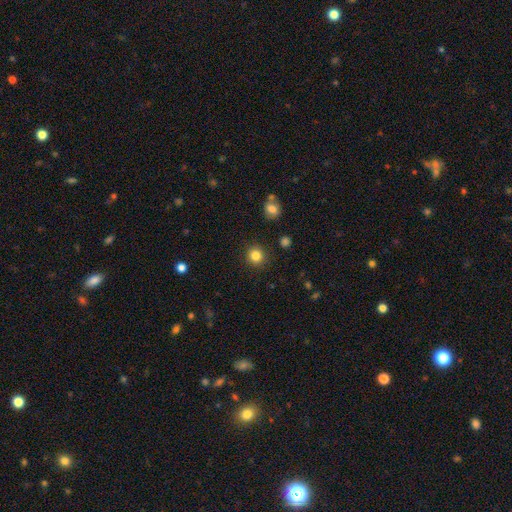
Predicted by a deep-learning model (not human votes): A smooth galaxy with no disk features (84%) that is round (91%).

Vote fractions:
- Smooth or featured? smooth: 84% / star or artifact: 11% / featured or disk: 5%
- How rounded? round: 91% / in between: 8% / cigar-shaped: 1%
- Merging? none: 90% / minor disturbance: 6% / major disturbance: 2% / merger: 2%